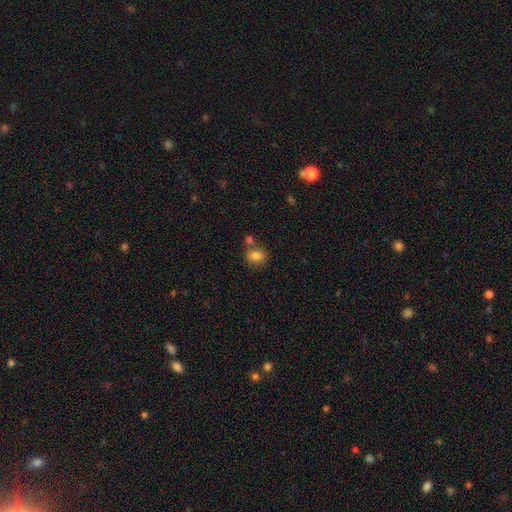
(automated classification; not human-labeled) Smooth or featured? Predicted: smooth (p=0.82). How rounded? Predicted: in between (p=0.50). Merging? Predicted: none (p=0.60).